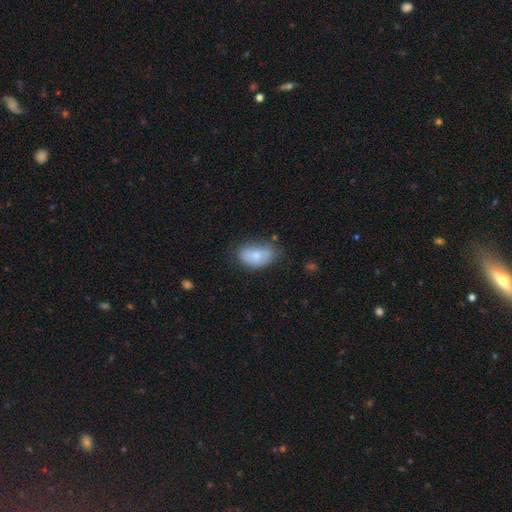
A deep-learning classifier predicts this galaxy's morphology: smooth-or-featured: smooth: 76% | featured or disk: 17% | star or artifact: 8%
  how-rounded: in between: 91% | round: 7% | cigar-shaped: 2%
  merging: none: 56% | minor disturbance: 31% | major disturbance: 8% | merger: 4%